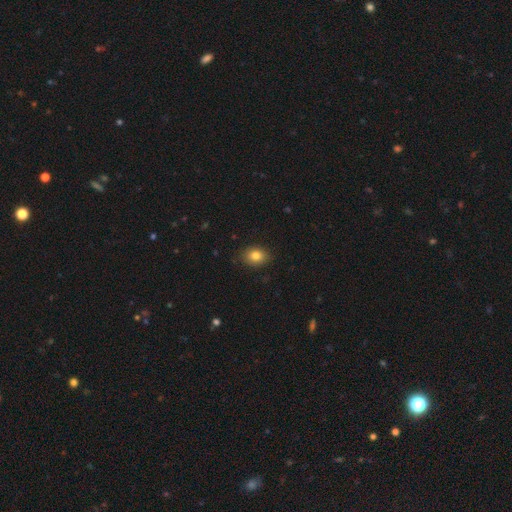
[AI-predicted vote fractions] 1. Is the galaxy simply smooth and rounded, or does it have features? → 82% smooth, 10% star or artifact, 8% featured or disk.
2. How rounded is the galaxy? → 63% in between, 36% round, 1% cigar-shaped.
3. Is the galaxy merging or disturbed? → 85% none, 11% minor disturbance, 2% major disturbance, 1% merger.